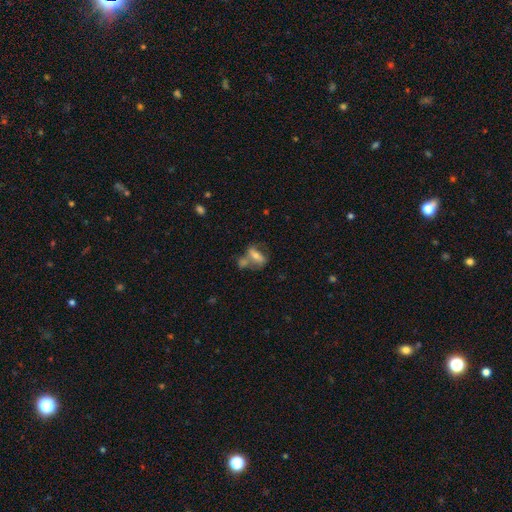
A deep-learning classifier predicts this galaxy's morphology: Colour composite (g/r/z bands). It shows a smooth galaxy with no disk features (51%) that is in between round and cigar-shaped (68%). Merging: none (39%).